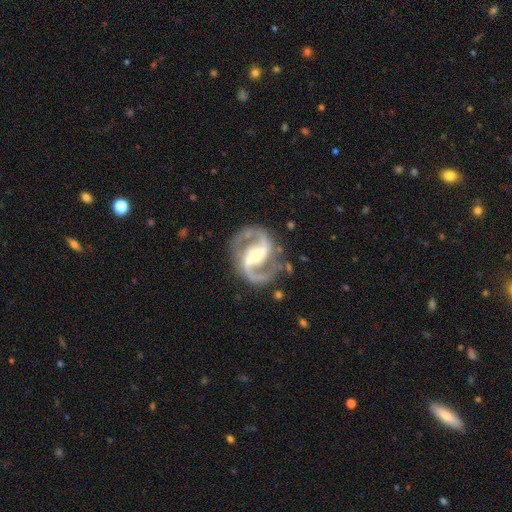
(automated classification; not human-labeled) Q: Smooth or featured?
A: featured or disk (93%); runner-up: star or artifact (4%)
Q: Edge-on disk?
A: no (98%); runner-up: yes (2%)
Q: Bar?
A: strong (55%); runner-up: weak (31%)
Q: Spiral arms?
A: yes (98%); runner-up: no (2%)
Q: Spiral winding?
A: medium (64%); runner-up: loose (21%)
Q: Spiral arm count?
A: 2 (94%); runner-up: can't tell (1%)
Q: Bulge size?
A: moderate (54%); runner-up: small (39%)
Q: Merging?
A: none (81%); runner-up: minor disturbance (11%)